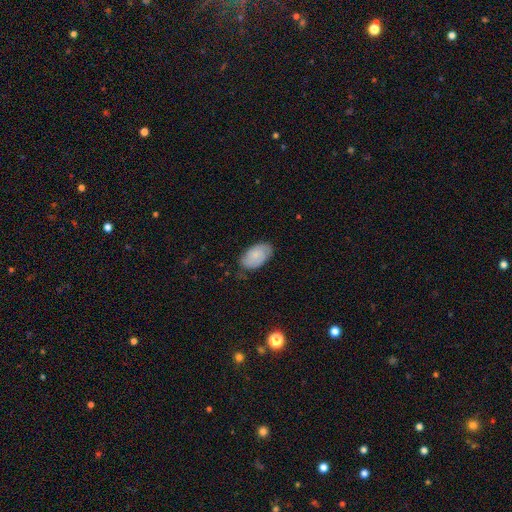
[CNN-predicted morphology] type=smooth (64%); roundness=in between (94%); merging=none (72%).